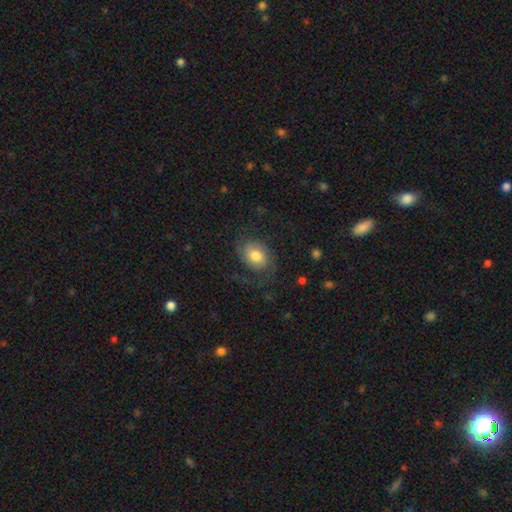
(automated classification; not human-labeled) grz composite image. It shows a featured or disk galaxy (54%) with no bar (70%), spiral arms (86%) and a moderate central bulge (57%). Merging: none (57%).